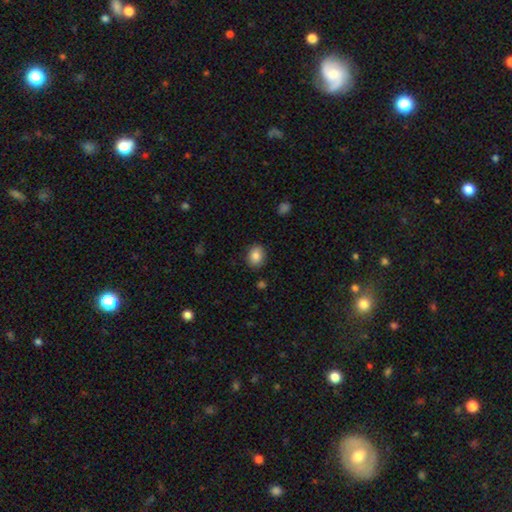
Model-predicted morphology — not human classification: Smooth or featured? Predicted: smooth (p=0.85). How rounded? Predicted: round (p=0.51). Merging? Predicted: none (p=0.87).